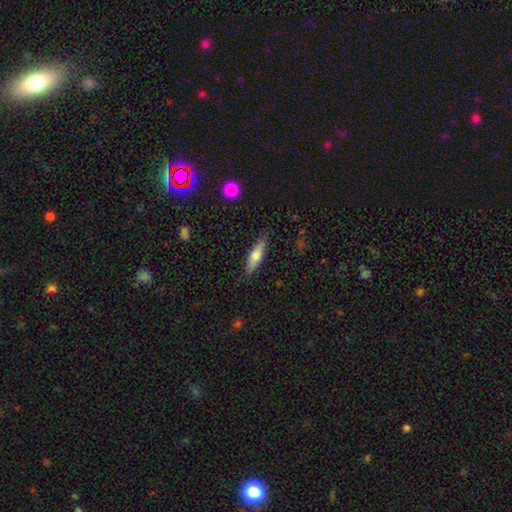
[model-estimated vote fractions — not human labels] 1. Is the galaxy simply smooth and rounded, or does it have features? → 64% smooth, 30% featured or disk, 6% star or artifact.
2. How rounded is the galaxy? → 66% cigar-shaped, 32% in between, 2% round.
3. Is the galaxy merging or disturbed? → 84% none, 12% minor disturbance, 2% major disturbance, 1% merger.